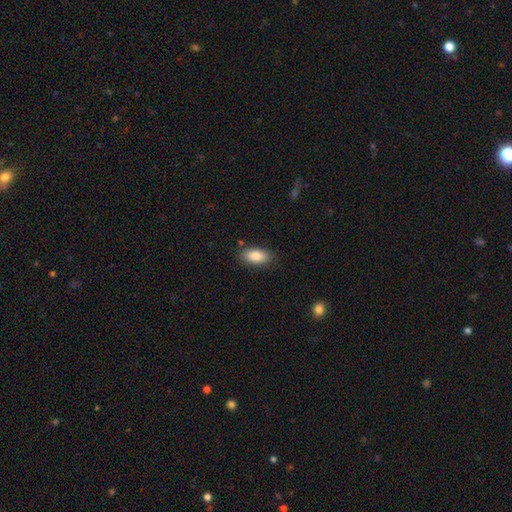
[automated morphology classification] Smooth or featured?
  - smooth: 86% *
  - featured or disk: 7%
  - star or artifact: 7%
How rounded?
  - in between: 91% *
  - cigar-shaped: 6%
  - round: 4%
Merging?
  - none: 83% *
  - minor disturbance: 12%
  - major disturbance: 3%
  - merger: 2%